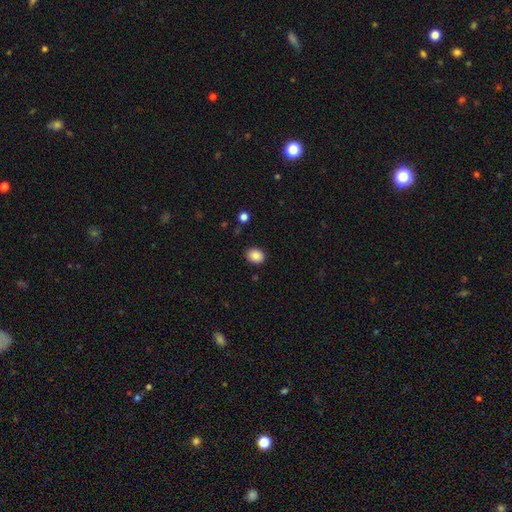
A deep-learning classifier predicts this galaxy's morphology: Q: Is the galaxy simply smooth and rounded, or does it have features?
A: smooth — 88%.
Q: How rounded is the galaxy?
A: in between — 53%.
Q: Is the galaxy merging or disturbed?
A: none — 87%.